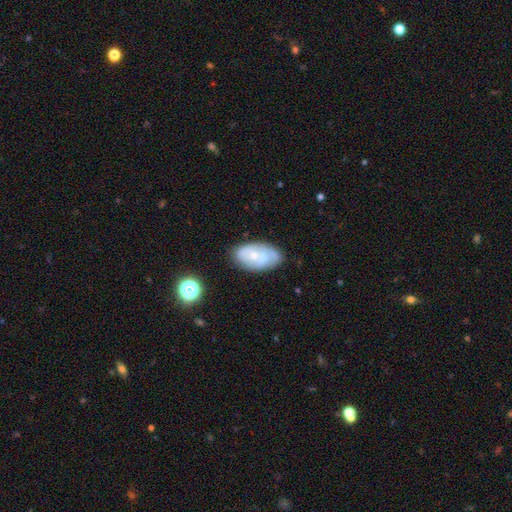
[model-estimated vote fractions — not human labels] The model was most divided on "smooth or featured": featured or disk: 54%, smooth: 37%, star or artifact: 8%. More confident: edge-on disk — no (94%); bar — no (79%); merging — none (68%); spiral arms — yes (64%); bulge size — small (62%).